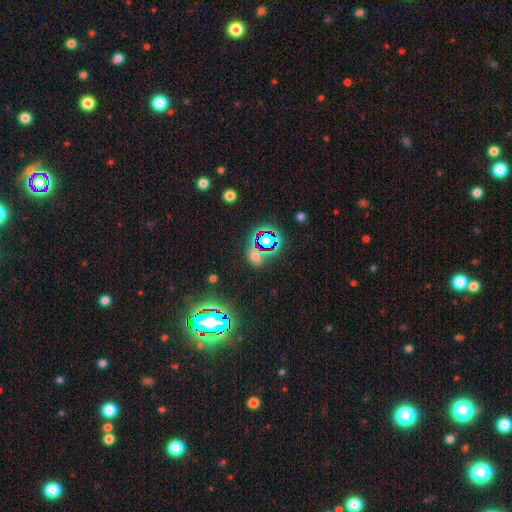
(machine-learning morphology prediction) Smooth or featured? star or artifact (52%)